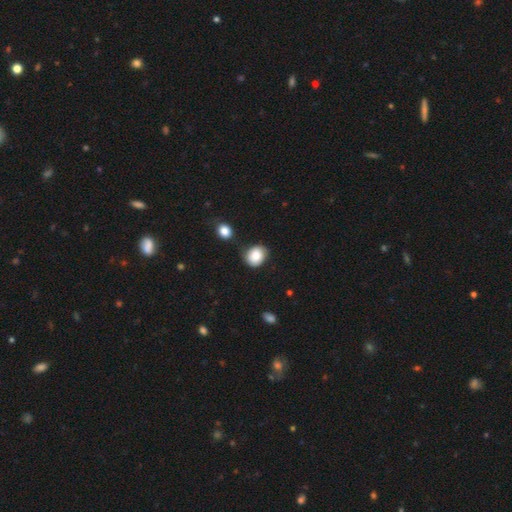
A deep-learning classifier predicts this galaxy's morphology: Overall: smooth (81%). How rounded: round (66%; in between 33%). Merging: none (72%).